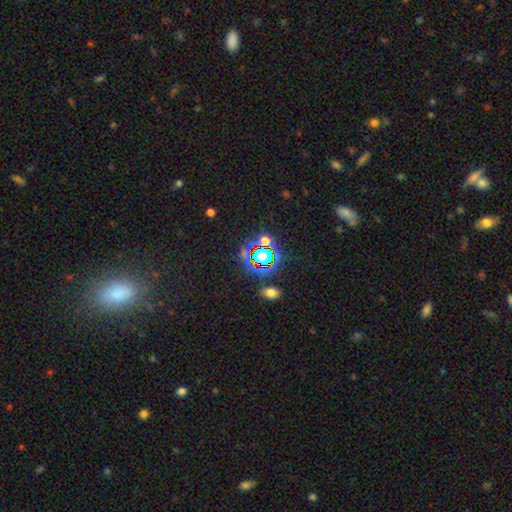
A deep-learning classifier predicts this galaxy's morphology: Q: Smooth or featured?
A: star or artifact (74%); runner-up: smooth (16%)